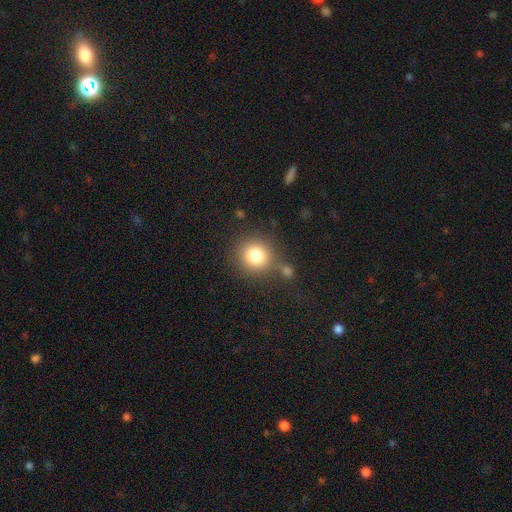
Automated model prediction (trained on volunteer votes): Smooth or featured? smooth (80%)
How rounded? round (89%)
Merging? none (72%)